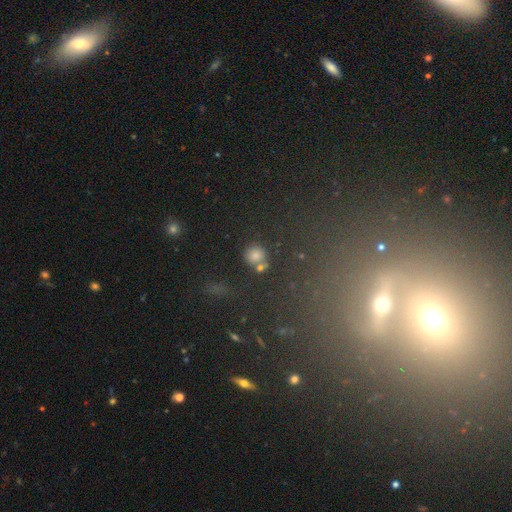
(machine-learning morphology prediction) type=smooth (74%); roundness=round (88%); merging=none (64%).